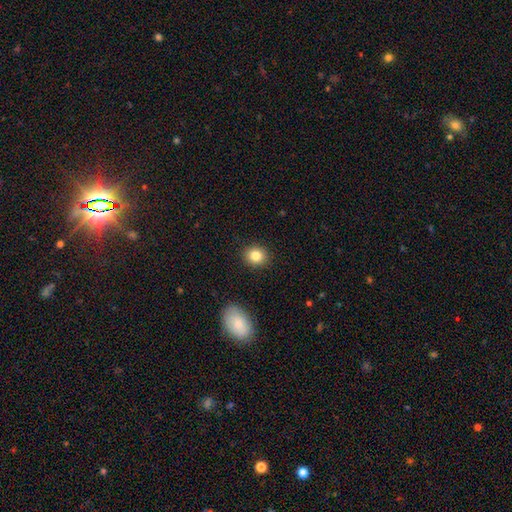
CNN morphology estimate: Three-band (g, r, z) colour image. It shows a smooth galaxy with no disk features (84%) that is round (71%). Merging: none (90%).